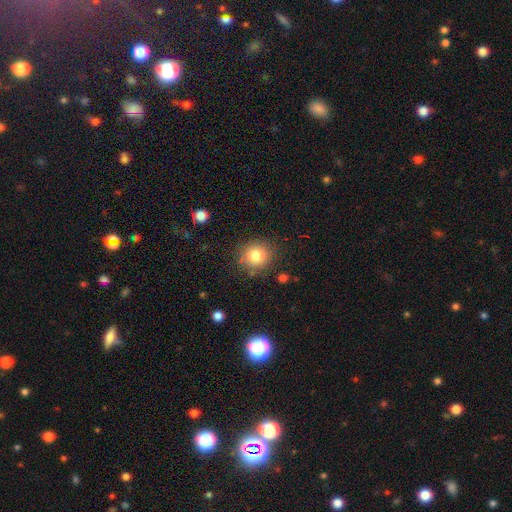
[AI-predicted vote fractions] smooth_or_featured: smooth (p=0.84) [alt: star or artifact p=0.10]
how_rounded: round (p=0.86) [alt: in between p=0.13]
merging: none (p=0.84) [alt: minor disturbance p=0.10]